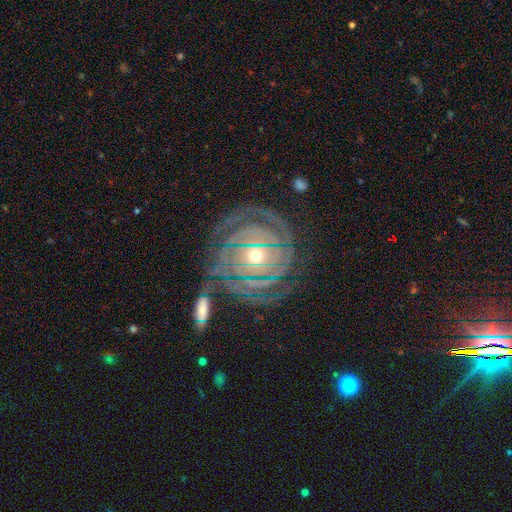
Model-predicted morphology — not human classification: type=featured or disk (86%); edge-on=no (97%); bar=no (72%); spiral arms=yes (94%); winding=tight (78%); arm count=can't tell (29%); bulge=small (51%); merging=none (64%).